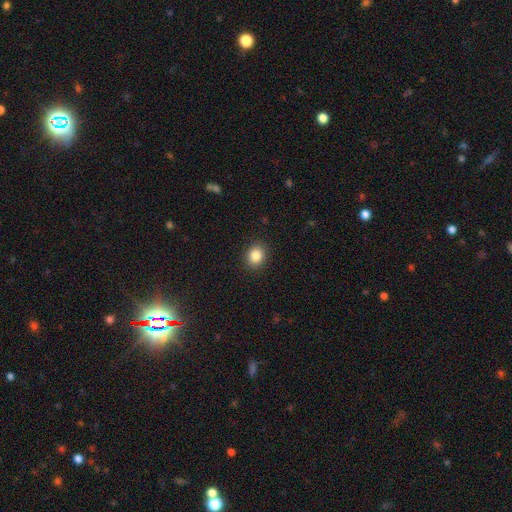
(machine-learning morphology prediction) This is clearly a smooth galaxy (85%). How rounded: likely round (63%). Merging: clearly none (90%).